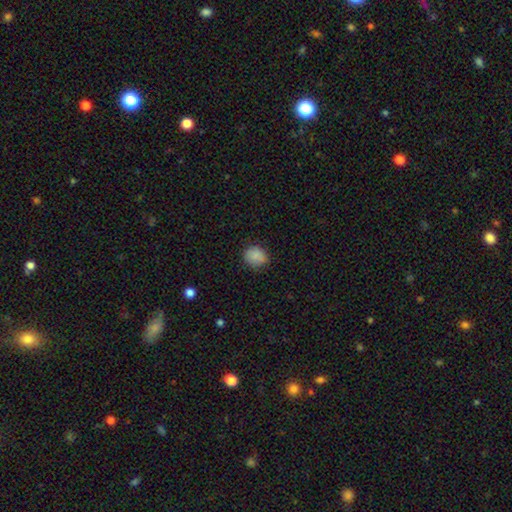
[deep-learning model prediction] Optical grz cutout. It shows a smooth galaxy with no disk features (86%) that is round (72%). Merging: none (79%).